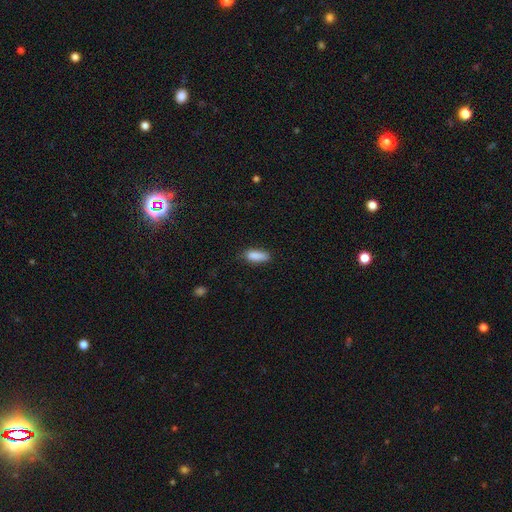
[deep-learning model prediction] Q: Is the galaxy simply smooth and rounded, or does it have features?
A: smooth — 88%.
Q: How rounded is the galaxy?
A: in between — 69%.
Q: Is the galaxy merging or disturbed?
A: none — 78%.